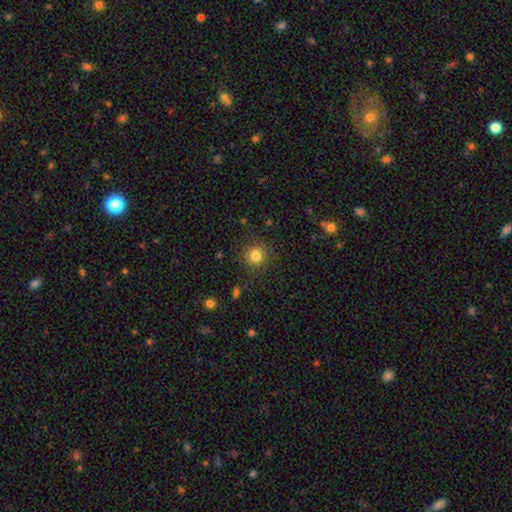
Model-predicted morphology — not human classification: Smooth or featured?
  - smooth: 82% *
  - star or artifact: 12%
  - featured or disk: 5%
How rounded?
  - round: 92% *
  - in between: 7%
  - cigar-shaped: 1%
Merging?
  - none: 87% *
  - minor disturbance: 8%
  - major disturbance: 3%
  - merger: 2%